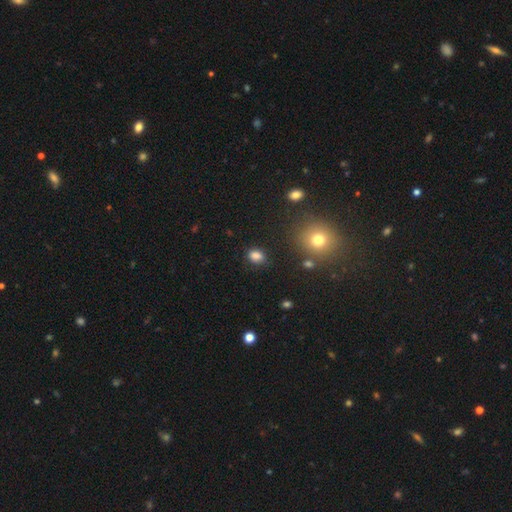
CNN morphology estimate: Smooth or featured?
  - smooth: 83% *
  - star or artifact: 12%
  - featured or disk: 5%
How rounded?
  - in between: 64% *
  - round: 35%
  - cigar-shaped: 1%
Merging?
  - none: 79% *
  - minor disturbance: 13%
  - major disturbance: 4%
  - merger: 3%